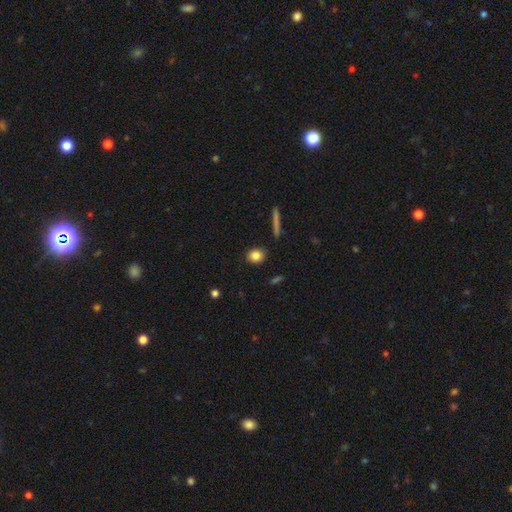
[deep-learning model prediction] Smooth or featured?
  - smooth: 83% *
  - star or artifact: 9%
  - featured or disk: 8%
How rounded?
  - round: 62% *
  - in between: 35%
  - cigar-shaped: 3%
Merging?
  - none: 88% *
  - minor disturbance: 8%
  - major disturbance: 2%
  - merger: 2%